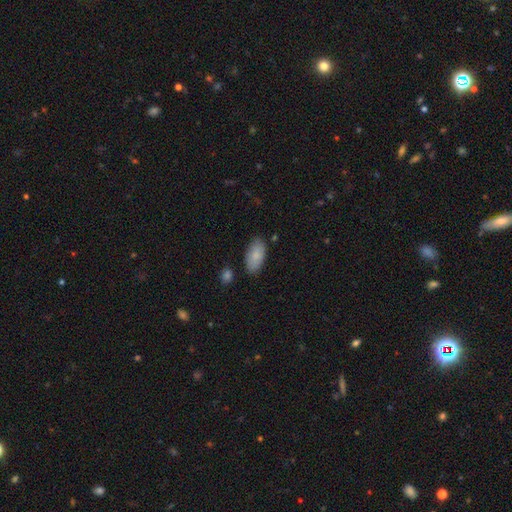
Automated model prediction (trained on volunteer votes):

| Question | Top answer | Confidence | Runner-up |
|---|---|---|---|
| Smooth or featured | smooth | 85% | featured or disk (9%) |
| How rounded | in between | 93% | cigar-shaped (5%) |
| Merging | none | 81% | minor disturbance (13%) |